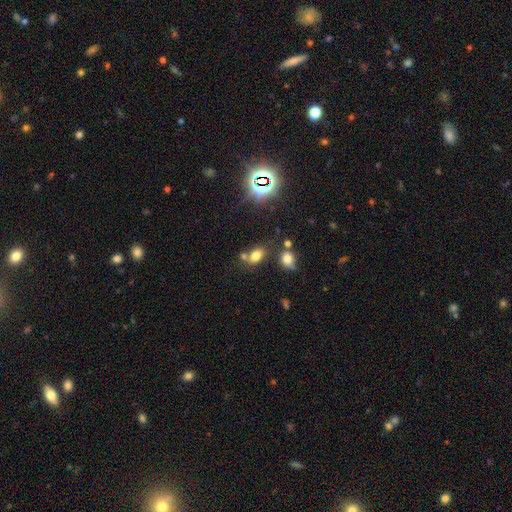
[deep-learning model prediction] Morphology: type=smooth (71%); roundness=in between (81%); merging=none (57%).